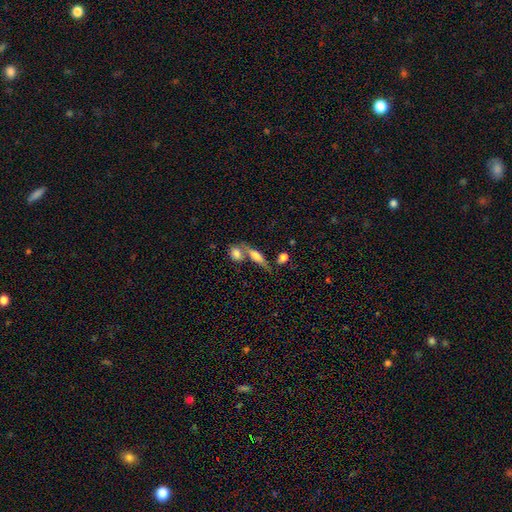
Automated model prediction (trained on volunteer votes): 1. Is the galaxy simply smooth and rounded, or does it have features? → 64% smooth, 28% featured or disk, 8% star or artifact.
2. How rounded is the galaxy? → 47% in between, 46% cigar-shaped, 7% round.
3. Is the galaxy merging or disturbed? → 45% none, 39% merger, 11% minor disturbance, 5% major disturbance.